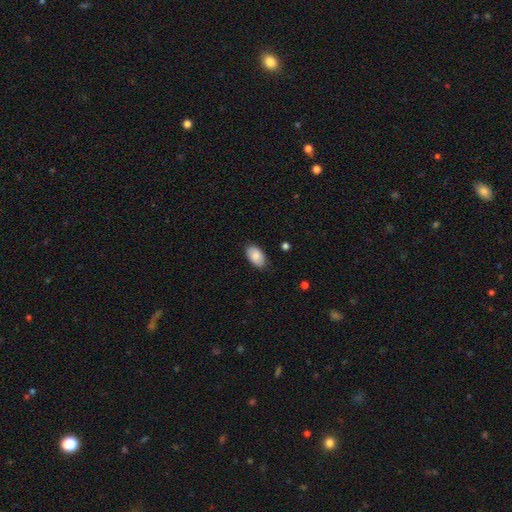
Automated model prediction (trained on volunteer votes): Morphology: type=smooth (87%); roundness=in between (94%); merging=none (84%).